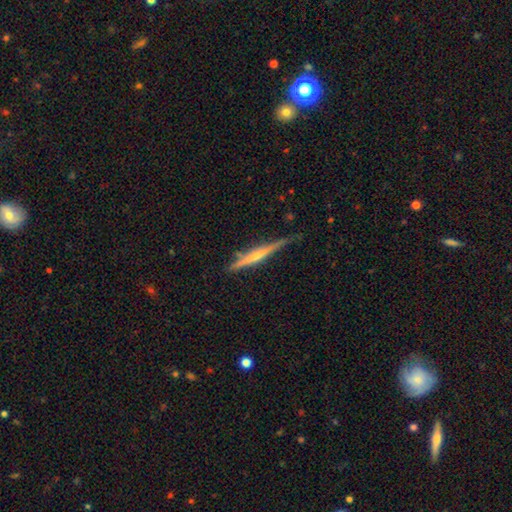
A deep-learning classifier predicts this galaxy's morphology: This appears to be a featured or disk galaxy (69%) viewed edge-on (97%) with a rounded central bulge (60%). Merging: none (77%).